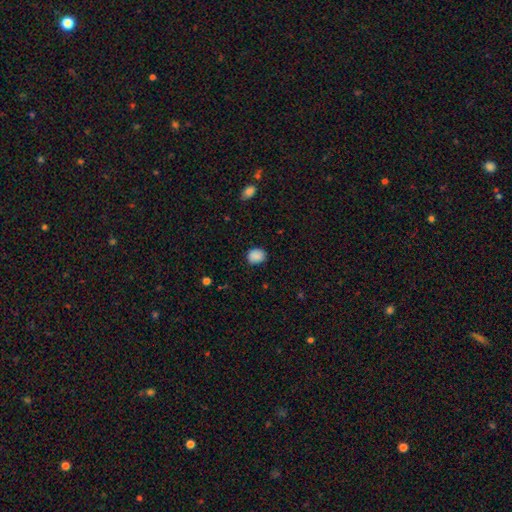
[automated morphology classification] Q: Smooth or featured?
A: smooth (87%); runner-up: star or artifact (9%)
Q: How rounded?
A: round (62%); runner-up: in between (37%)
Q: Merging?
A: none (83%); runner-up: minor disturbance (13%)